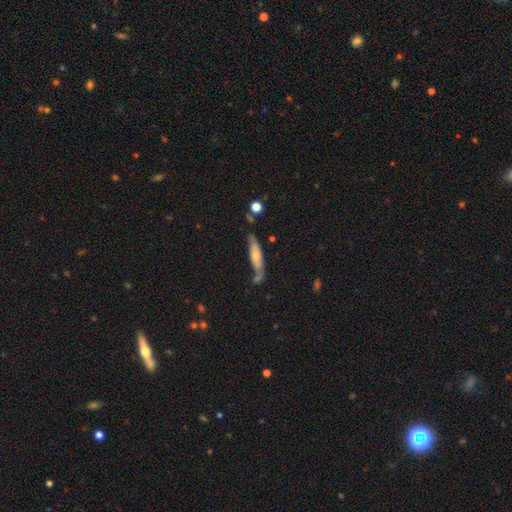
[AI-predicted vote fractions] smooth_or_featured: smooth (p=0.55) [alt: featured or disk p=0.39]
how_rounded: cigar-shaped (p=0.76) [alt: in between p=0.22]
merging: none (p=0.58) [alt: minor disturbance p=0.23]